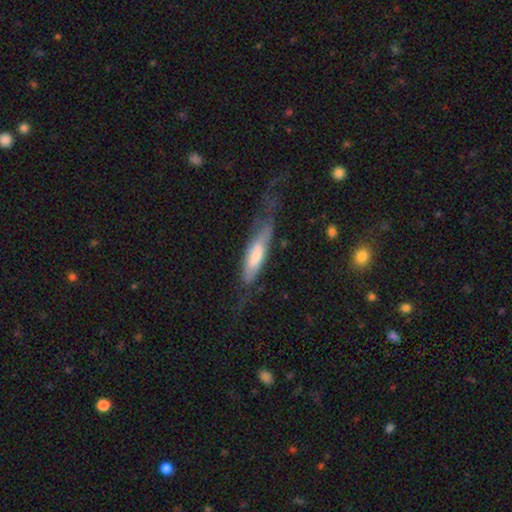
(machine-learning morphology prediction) A smooth galaxy with no disk features (52%) that is cigar-shaped (57%).

Vote fractions:
- Smooth or featured? smooth: 52% / featured or disk: 42% / star or artifact: 6%
- How rounded? cigar-shaped: 57% / in between: 41% / round: 2%
- Merging? none: 39% / major disturbance: 31% / minor disturbance: 28% / merger: 3%